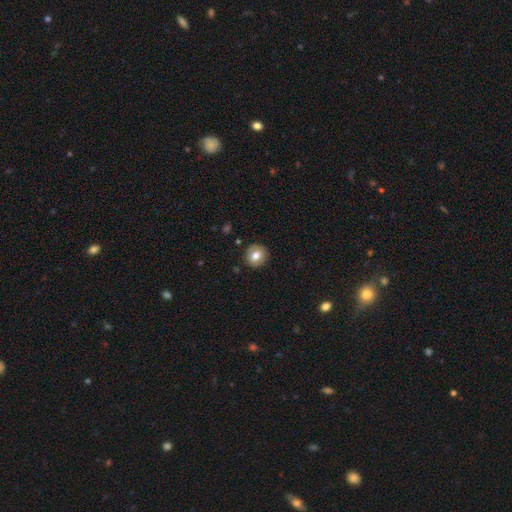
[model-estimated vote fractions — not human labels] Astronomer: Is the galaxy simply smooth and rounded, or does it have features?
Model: smooth — 75%.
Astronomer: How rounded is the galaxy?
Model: round — 86%.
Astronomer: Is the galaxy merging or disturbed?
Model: none — 88%.